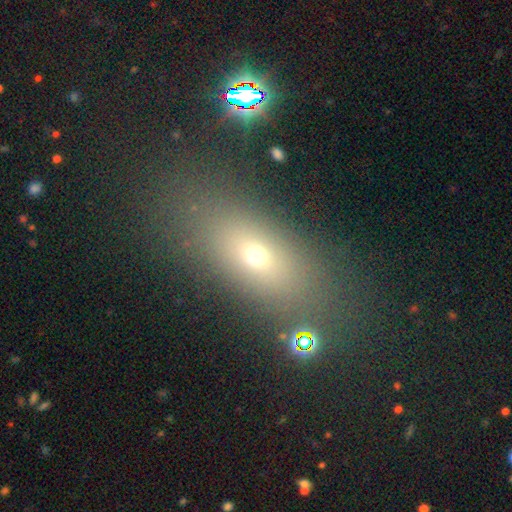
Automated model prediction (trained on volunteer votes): A smooth galaxy with no disk features (60%) that is in between round and cigar-shaped (69%). Merging: none (78%).